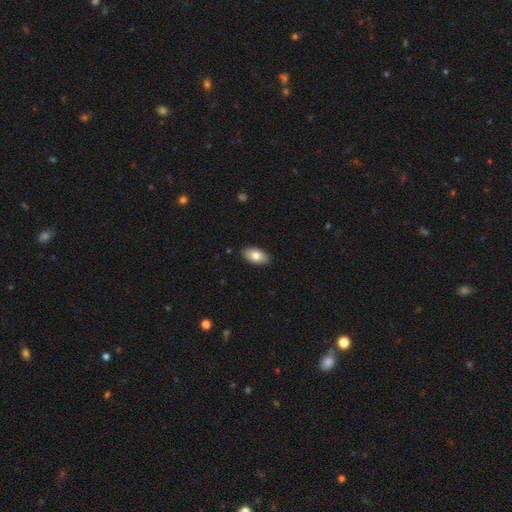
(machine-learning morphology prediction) smooth_or_featured: smooth (p=0.80) [alt: featured or disk p=0.14]
how_rounded: in between (p=0.93) [alt: round p=0.04]
merging: none (p=0.89) [alt: minor disturbance p=0.09]